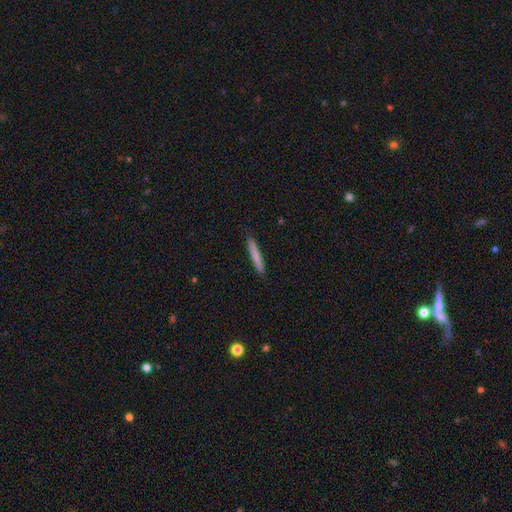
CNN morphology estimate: This is likely a smooth galaxy (78%). How rounded: clearly cigar-shaped (95%). Merging: clearly none (90%).